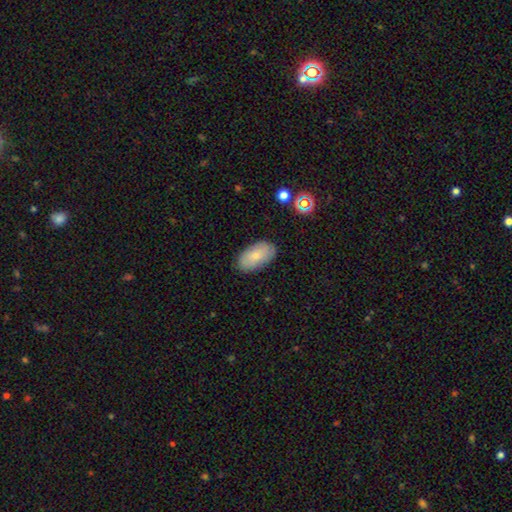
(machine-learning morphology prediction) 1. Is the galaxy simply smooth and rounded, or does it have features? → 76% smooth, 16% featured or disk, 7% star or artifact.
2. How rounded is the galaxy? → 95% in between, 4% round, 2% cigar-shaped.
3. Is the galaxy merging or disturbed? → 84% none, 12% minor disturbance, 3% major disturbance, 1% merger.